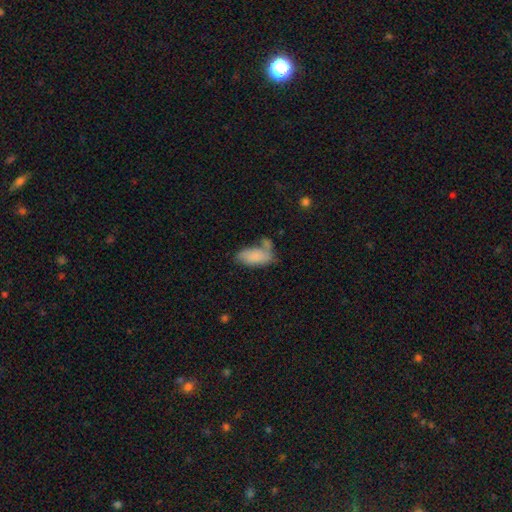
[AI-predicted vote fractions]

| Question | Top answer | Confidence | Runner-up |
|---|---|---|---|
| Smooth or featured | smooth | 80% | featured or disk (13%) |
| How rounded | in between | 90% | cigar-shaped (8%) |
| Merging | none | 42% | minor disturbance (24%) |